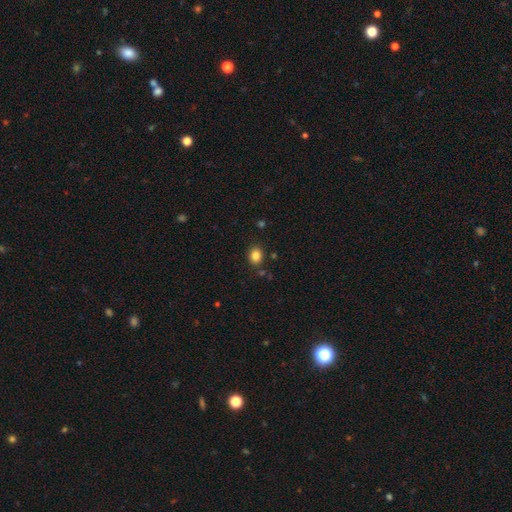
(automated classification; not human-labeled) Q: Smooth or featured?
A: smooth (84%); runner-up: star or artifact (11%)
Q: How rounded?
A: round (59%); runner-up: in between (41%)
Q: Merging?
A: none (85%); runner-up: minor disturbance (9%)